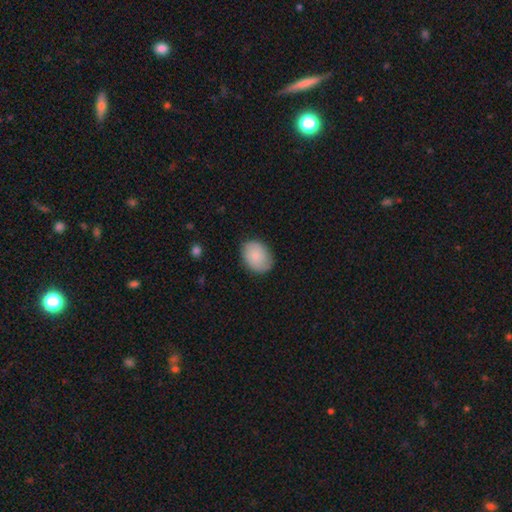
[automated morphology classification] The model was most divided on "how rounded": in between: 68%, round: 31%, cigar-shaped: 1%. More confident: merging — none (81%); smooth or featured — smooth (79%).